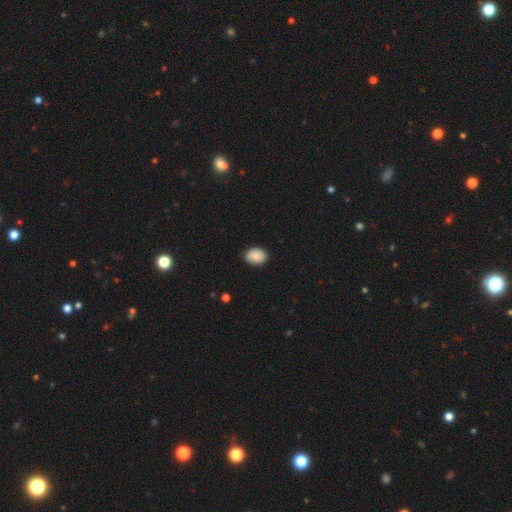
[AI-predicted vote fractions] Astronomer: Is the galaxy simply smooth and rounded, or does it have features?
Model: smooth — 83%.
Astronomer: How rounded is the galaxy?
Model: in between — 59% (runner-up: round, 40%).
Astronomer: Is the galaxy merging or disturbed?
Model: none — 83%.